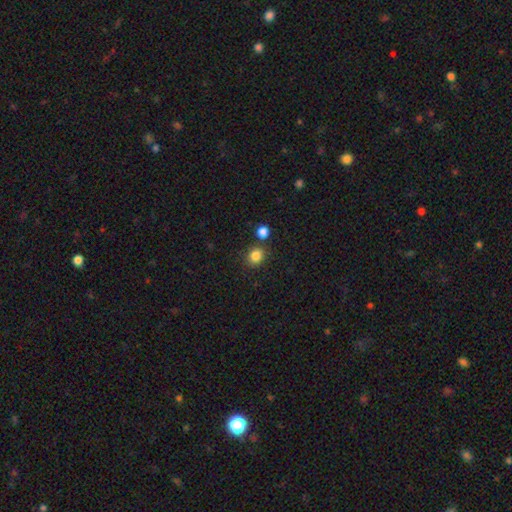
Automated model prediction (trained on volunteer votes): Q: Smooth or featured?
A: smooth (84%); runner-up: star or artifact (11%)
Q: How rounded?
A: round (76%); runner-up: in between (23%)
Q: Merging?
A: none (77%); runner-up: merger (11%)